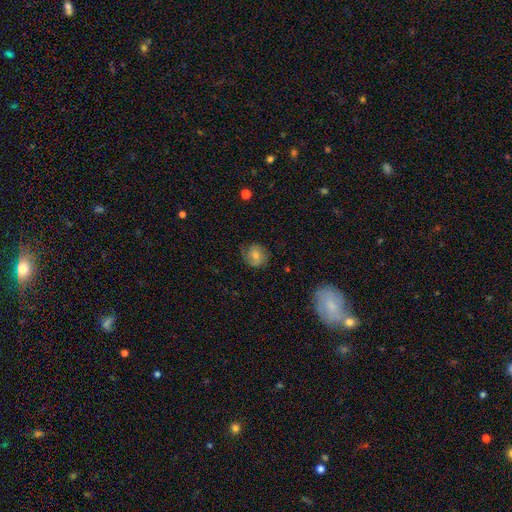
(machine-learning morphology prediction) This appears to be a smooth galaxy with no disk features (51%) that is round (79%). Merging: none (69%).